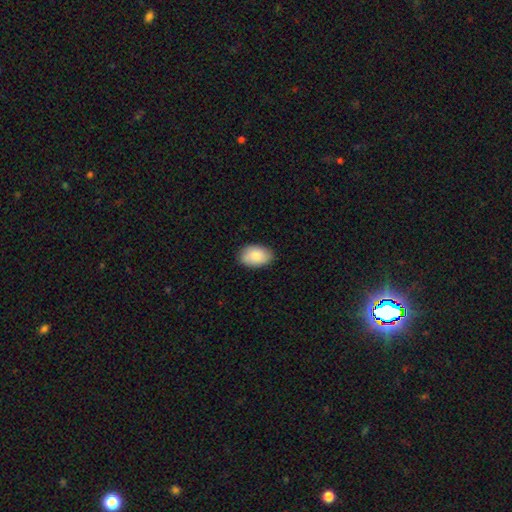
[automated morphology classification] A smooth galaxy with no disk features (85%) that is in between round and cigar-shaped (89%). Merging: none (85%).